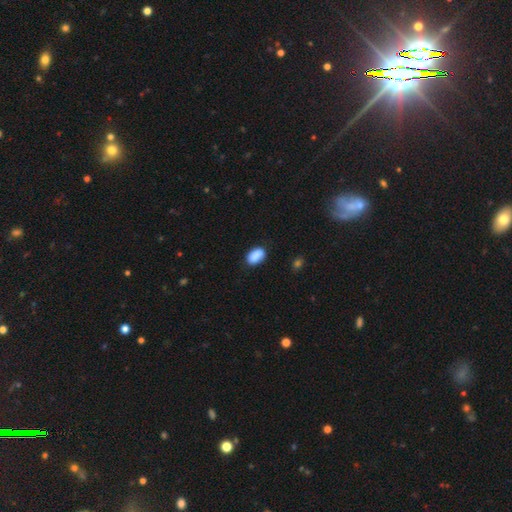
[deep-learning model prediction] A smooth galaxy with no disk features (88%) that is in between round and cigar-shaped (91%).

Vote fractions:
- Smooth or featured? smooth: 88% / star or artifact: 7% / featured or disk: 5%
- How rounded? in between: 91% / round: 8% / cigar-shaped: 2%
- Merging? none: 78% / minor disturbance: 17% / major disturbance: 3% / merger: 2%